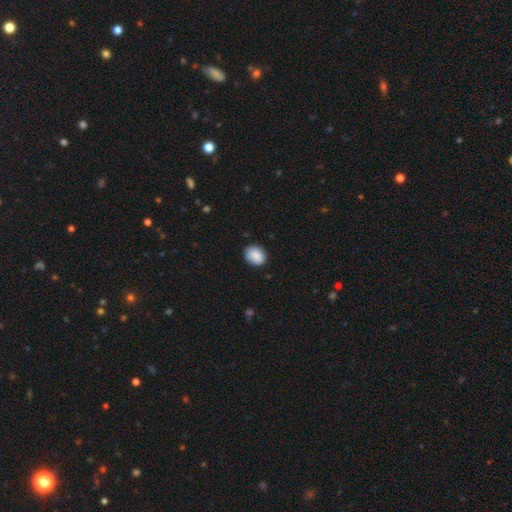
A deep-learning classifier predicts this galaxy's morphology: Smooth or featured? smooth (88%)
How rounded? round (51%)
Merging? none (84%)